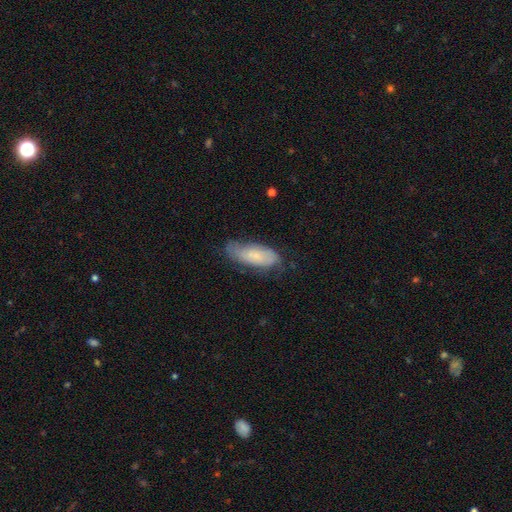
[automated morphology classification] Overall: smooth (57%; featured or disk 35%). How rounded: in between (78%). Merging: none (56%; minor disturbance 31%).